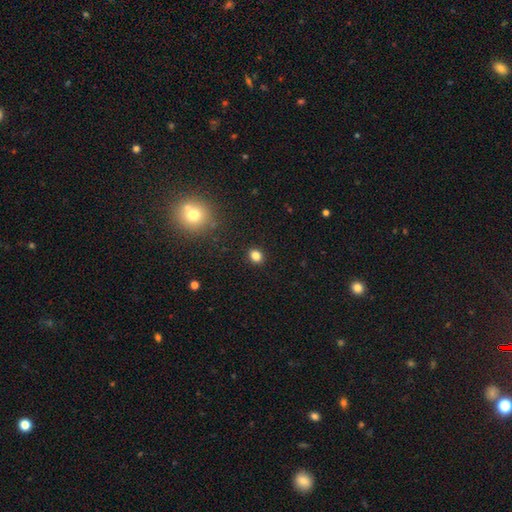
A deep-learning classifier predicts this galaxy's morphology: smooth 82%, star or artifact 13%, featured or disk 5%. Down the decision tree: how rounded — round (63%); merging — none (90%).